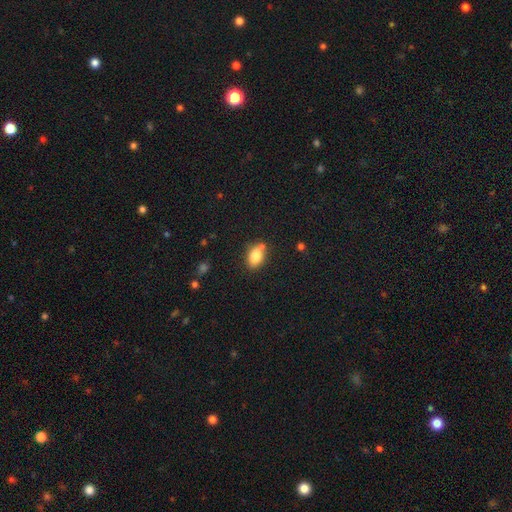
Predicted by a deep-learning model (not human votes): This appears to be a smooth galaxy with no disk features (83%) that is in between round and cigar-shaped (85%). Merging: none (69%).